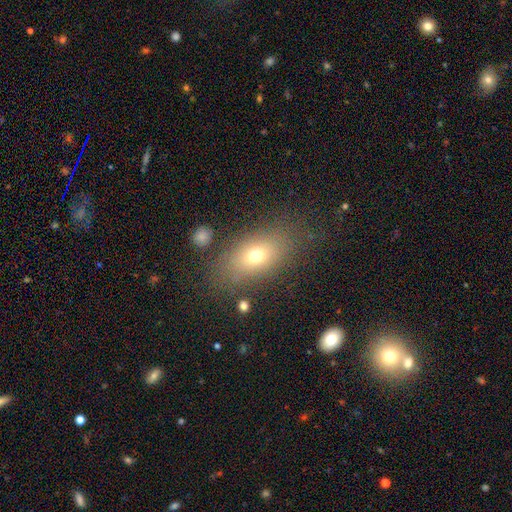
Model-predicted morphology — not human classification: Smooth or featured? smooth (69%)
How rounded? in between (81%)
Merging? none (76%)